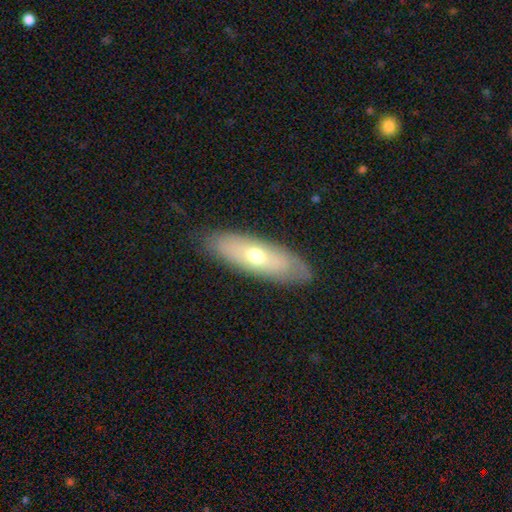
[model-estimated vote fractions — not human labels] Smooth or featured? Predicted: smooth (p=0.50). Merging? Predicted: none (p=0.85).